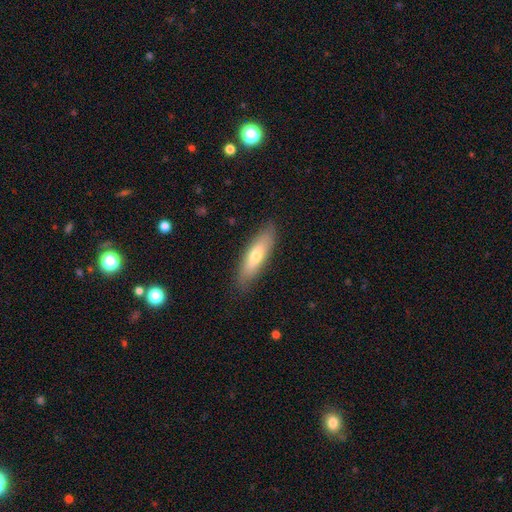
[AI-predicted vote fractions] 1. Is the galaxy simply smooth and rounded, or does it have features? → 63% smooth, 30% featured or disk, 6% star or artifact.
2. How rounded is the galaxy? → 57% cigar-shaped, 41% in between, 2% round.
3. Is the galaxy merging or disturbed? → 86% none, 11% minor disturbance, 2% major disturbance, 1% merger.